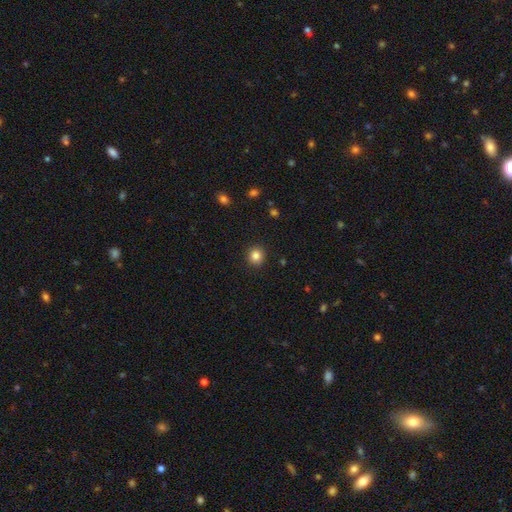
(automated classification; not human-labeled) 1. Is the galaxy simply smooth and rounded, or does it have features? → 84% smooth, 11% star or artifact, 5% featured or disk.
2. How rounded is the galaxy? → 89% round, 10% in between, 1% cigar-shaped.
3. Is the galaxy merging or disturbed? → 92% none, 6% minor disturbance, 2% major disturbance, 1% merger.